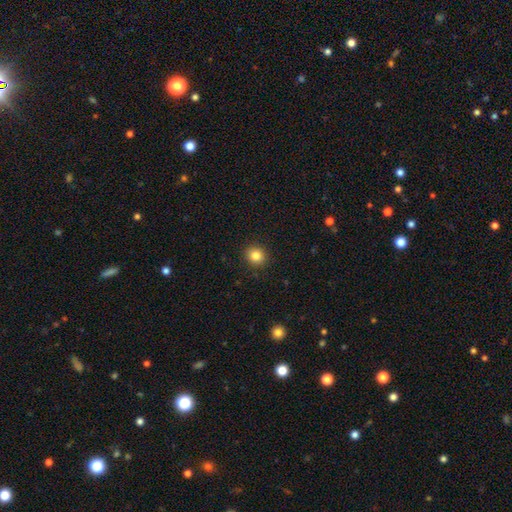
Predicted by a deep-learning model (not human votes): This is clearly a smooth galaxy (83%). How rounded: clearly round (87%). Merging: clearly none (92%).